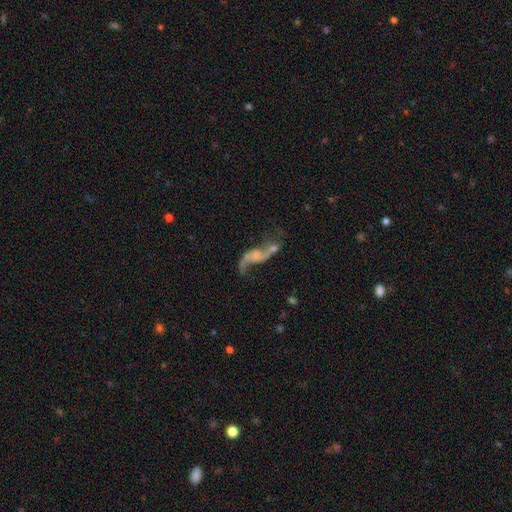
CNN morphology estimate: Smooth or featured?
  - featured or disk: 81% *
  - smooth: 11%
  - star or artifact: 8%
Edge-on disk?
  - no: 94% *
  - yes: 6%
Bar?
  - no: 61% *
  - weak: 31%
  - strong: 9%
Spiral arms?
  - yes: 90% *
  - no: 10%
Spiral winding?
  - loose: 89% *
  - medium: 9%
  - tight: 2%
Spiral arm count?
  - 2: 89% *
  - 1: 6%
  - can't tell: 2%
  - 3: 1%
  - 4: 1%
  - more than 4: 1%
Bulge size?
  - none: 47% *
  - small: 31%
  - moderate: 16%
  - large: 5%
  - dominant: 2%
Merging?
  - none: 44% *
  - major disturbance: 20%
  - merger: 19%
  - minor disturbance: 17%